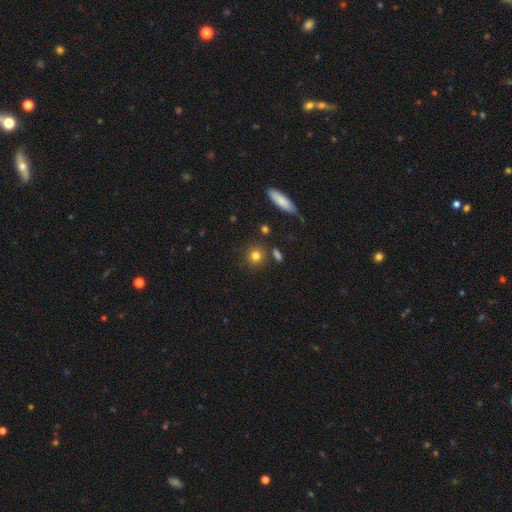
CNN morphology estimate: Smooth or featured? smooth (80%)
How rounded? round (81%)
Merging? none (82%)